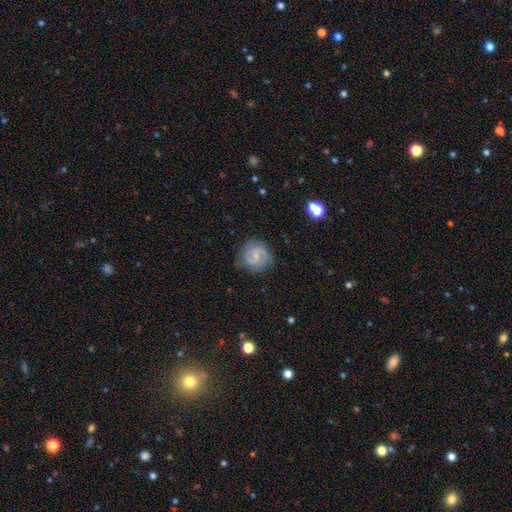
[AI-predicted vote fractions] A featured or disk galaxy (75%) with a weak bar (56%), 2 (84%) medium (52%) spiral arms (94%) and a small central bulge (61%).

Vote fractions:
- Smooth or featured? featured or disk: 75% / smooth: 19% / star or artifact: 7%
- Edge-on disk? no: 98% / yes: 2%
- Bar? weak: 56% / no: 32% / strong: 12%
- Spiral arms? yes: 94% / no: 6%
- Spiral winding? medium: 52% / tight: 31% / loose: 17%
- Spiral arm count? 2: 84% / can't tell: 7% / 3: 4% / 1: 2% / 4: 1% / more than 4: 1%
- Bulge size? small: 61% / moderate: 24% / none: 13% / large: 1% / dominant: 1%
- Merging? none: 78% / minor disturbance: 16% / major disturbance: 5% / merger: 1%